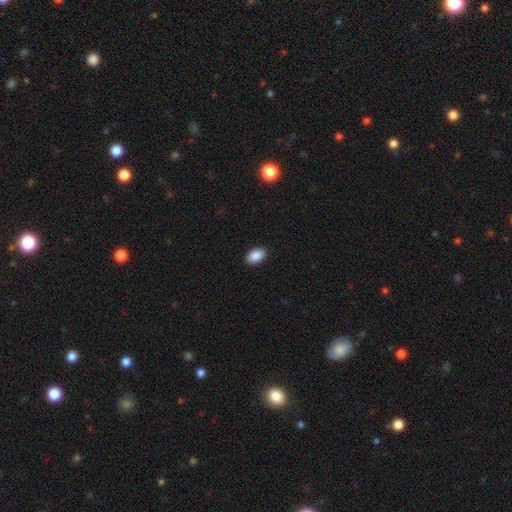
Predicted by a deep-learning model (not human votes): Overall: smooth (90%). How rounded: in between (93%). Merging: none (91%).